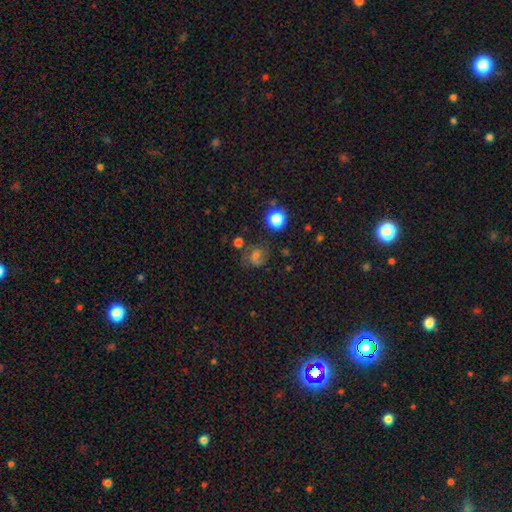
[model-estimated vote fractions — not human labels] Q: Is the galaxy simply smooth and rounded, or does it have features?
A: smooth — 50%.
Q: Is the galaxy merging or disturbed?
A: none — 60%.